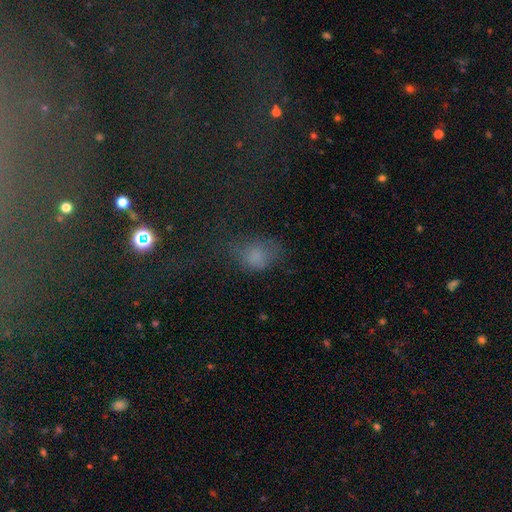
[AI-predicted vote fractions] Q: Smooth or featured?
A: smooth (66%); runner-up: star or artifact (21%)
Q: How rounded?
A: in between (64%); runner-up: round (34%)
Q: Merging?
A: none (40%); runner-up: major disturbance (29%)